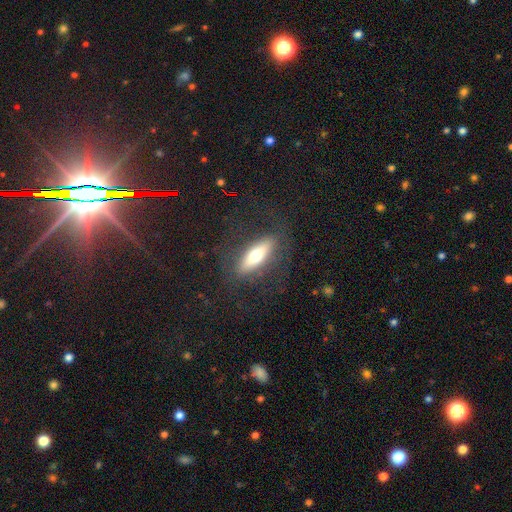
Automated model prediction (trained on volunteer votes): smooth-or-featured: smooth: 55% | featured or disk: 38% | star or artifact: 7%
  how-rounded: cigar-shaped: 52% | in between: 45% | round: 3%
  merging: none: 81% | minor disturbance: 11% | major disturbance: 6% | merger: 1%